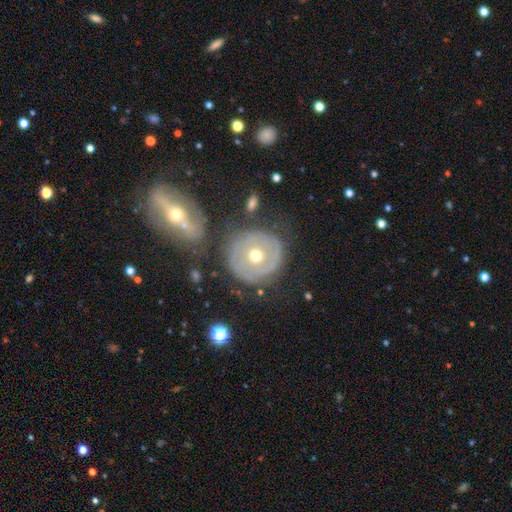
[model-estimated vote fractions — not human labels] Morphology: type=featured or disk (71%); edge-on=no (96%); bar=no (83%); spiral arms=yes (67%); bulge=moderate (70%); merging=none (68%).